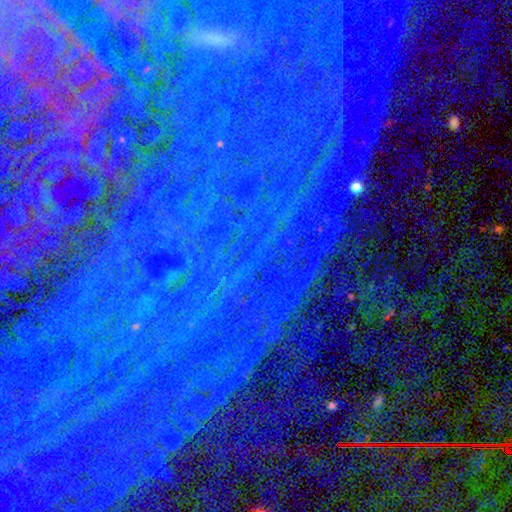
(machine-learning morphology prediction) Smooth or featured? star or artifact (84%)